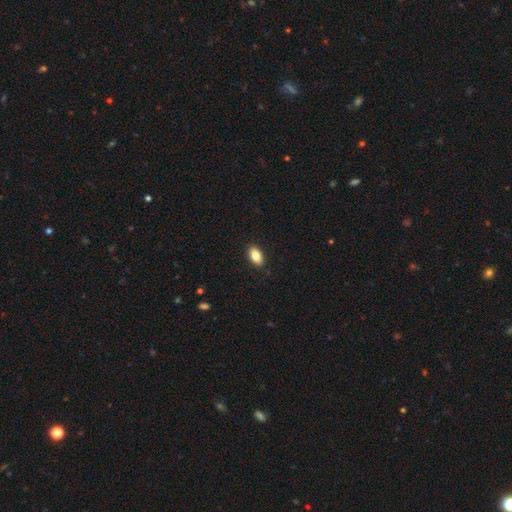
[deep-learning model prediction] A smooth galaxy with no disk features (84%) that is in between round and cigar-shaped (91%). Merging: none (90%).